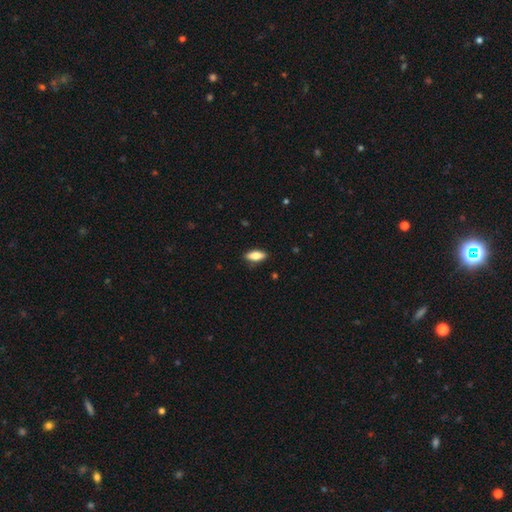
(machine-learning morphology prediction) Smooth or featured? smooth (78%)
How rounded? in between (81%)
Merging? none (86%)